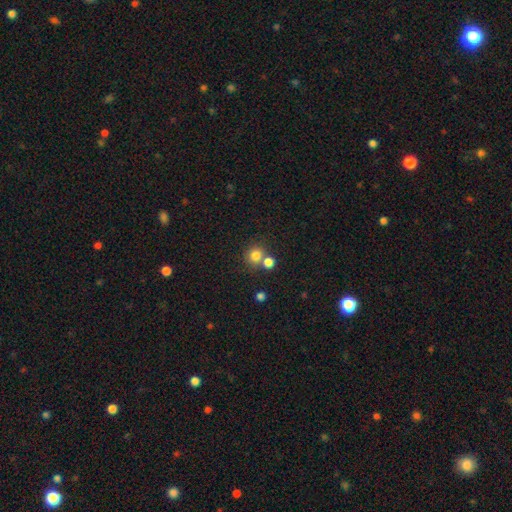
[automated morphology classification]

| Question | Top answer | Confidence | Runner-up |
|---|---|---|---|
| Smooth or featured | smooth | 80% | star or artifact (13%) |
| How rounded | round | 87% | in between (12%) |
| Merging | none | 60% | merger (30%) |